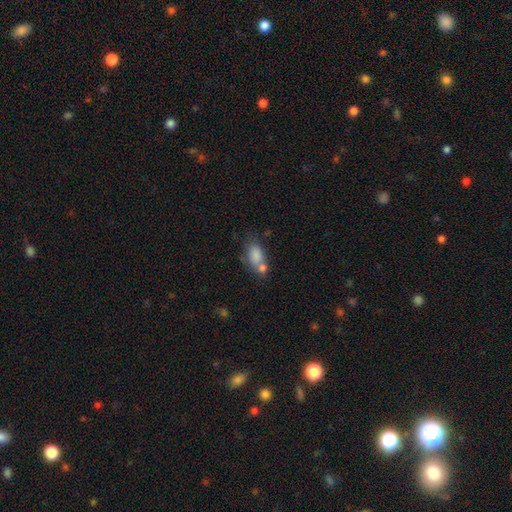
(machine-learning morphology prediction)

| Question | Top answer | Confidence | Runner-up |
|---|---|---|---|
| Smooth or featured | smooth | 79% | featured or disk (12%) |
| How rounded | in between | 84% | round (11%) |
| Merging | merger | 40% | none (37%) |